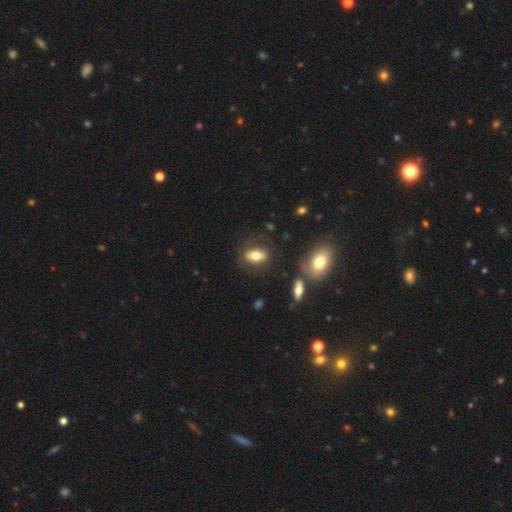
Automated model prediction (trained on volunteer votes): A smooth galaxy with no disk features (72%) that is in between round and cigar-shaped (85%). Merging: none (75%).